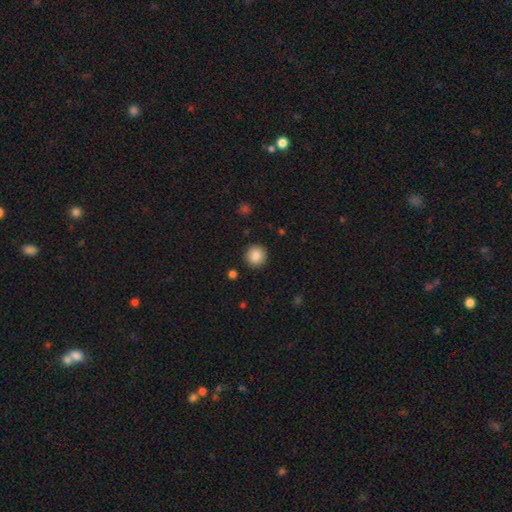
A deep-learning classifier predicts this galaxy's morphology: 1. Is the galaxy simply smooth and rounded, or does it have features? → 87% smooth, 8% star or artifact, 4% featured or disk.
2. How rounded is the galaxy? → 94% round, 5% in between, 1% cigar-shaped.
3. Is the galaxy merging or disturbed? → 92% none, 5% minor disturbance, 2% major disturbance, 1% merger.